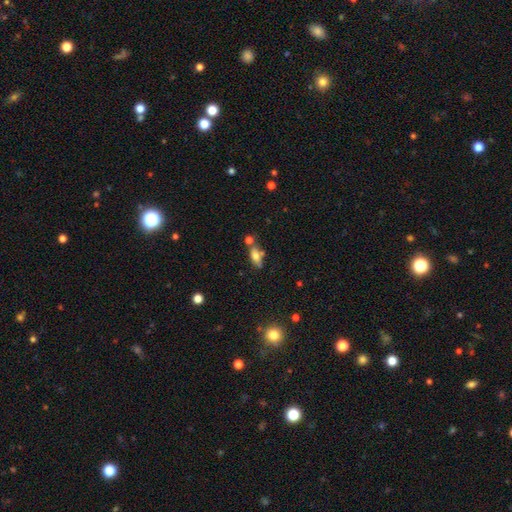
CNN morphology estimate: The model was most divided on "merging": none: 52%, merger: 25%, minor disturbance: 17%, major disturbance: 6%. More confident: how rounded — in between (77%); smooth or featured — smooth (65%).